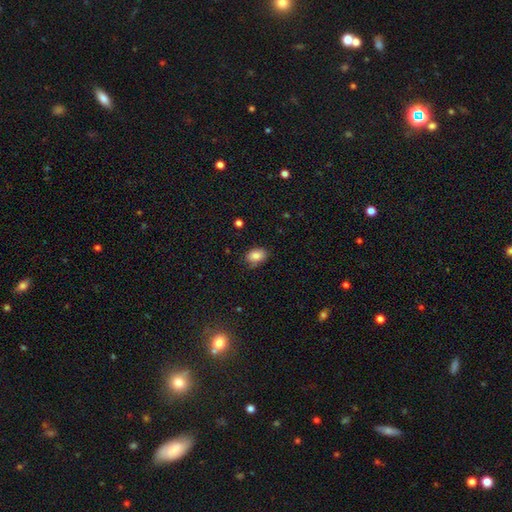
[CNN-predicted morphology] type=smooth (84%); roundness=in between (79%); merging=none (73%).